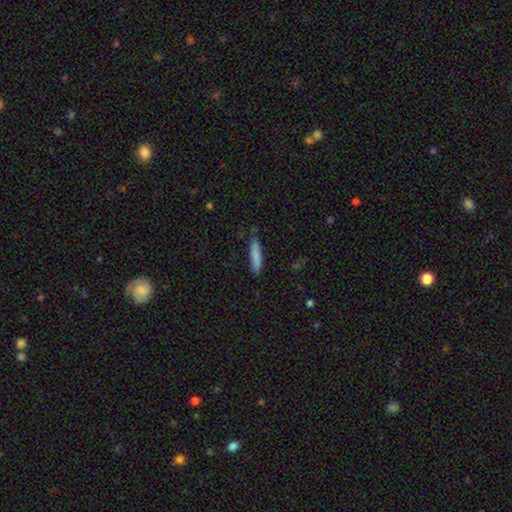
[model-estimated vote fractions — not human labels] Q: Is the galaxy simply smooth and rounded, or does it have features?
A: smooth — 82%.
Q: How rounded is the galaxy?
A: cigar-shaped — 86%.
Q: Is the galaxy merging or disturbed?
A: none — 75%.